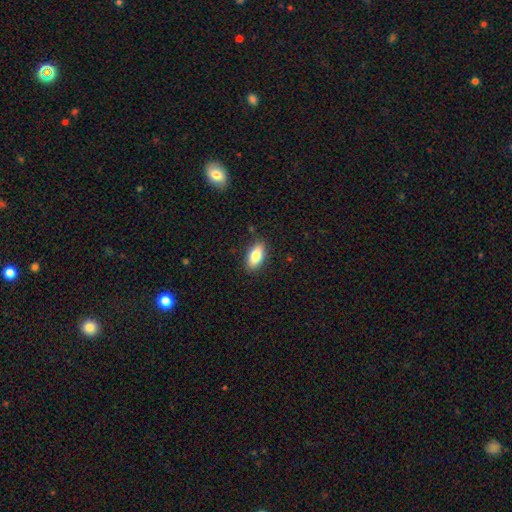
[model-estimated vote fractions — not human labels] A smooth galaxy with no disk features (80%) that is in between round and cigar-shaped (88%). Merging: none (87%).